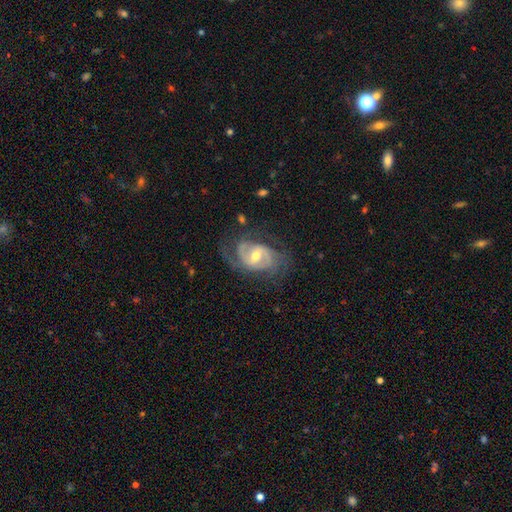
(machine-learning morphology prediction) featured or disk 87%, smooth 8%, star or artifact 5%. Down the decision tree: edge-on disk — no (97%); bar — weak (49%); spiral arms — yes (95%); spiral arm count — 2 (57%); spiral winding — medium (44%); bulge size — moderate (58%); merging — none (65%).